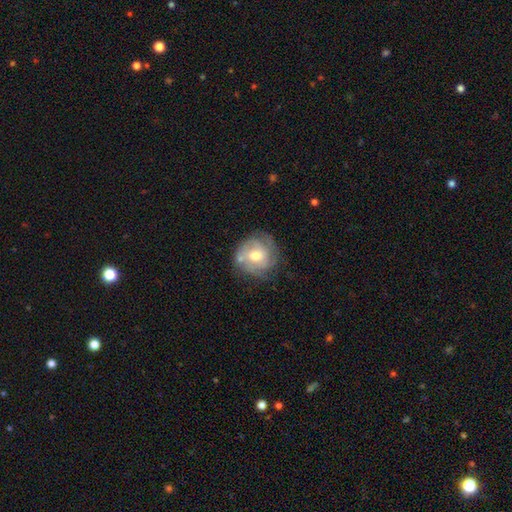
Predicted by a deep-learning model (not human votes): smooth-or-featured: featured or disk: 60% | smooth: 32% | star or artifact: 7%
  disk-edge-on: no: 97% | yes: 3%
    bar: no: 69% | weak: 27% | strong: 4%
    has-spiral-arms: yes: 79% | no: 21%
    bulge-size: moderate: 71% | small: 19% | large: 7% | none: 1% | dominant: 1%
  merging: none: 64% | minor disturbance: 21% | major disturbance: 9% | merger: 6%